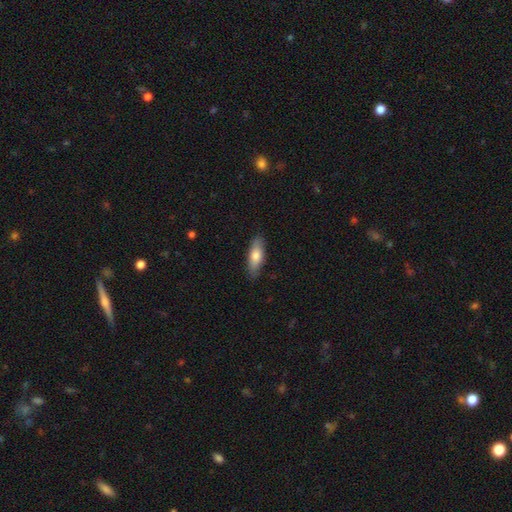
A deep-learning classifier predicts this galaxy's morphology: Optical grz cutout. It shows a smooth galaxy with no disk features (74%) that is in between round and cigar-shaped (62%). Merging: none (85%).